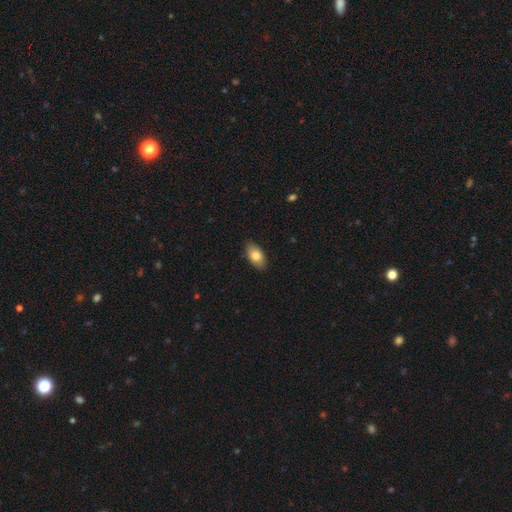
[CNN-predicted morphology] Q: Smooth or featured?
A: smooth (81%); runner-up: featured or disk (13%)
Q: How rounded?
A: in between (92%); runner-up: round (5%)
Q: Merging?
A: none (87%); runner-up: minor disturbance (10%)